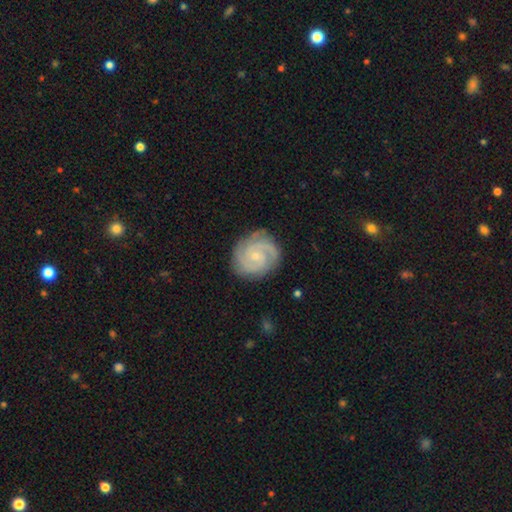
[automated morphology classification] Overall: featured or disk (89%). Edge-on disk: no (98%). Bar: no (65%; weak 30%). Spiral arms: yes (98%). Spiral arm count: 2 (44%; 3 34%). Spiral winding: tight (66%; medium 30%). Bulge size: small (76%). Merging: none (83%).